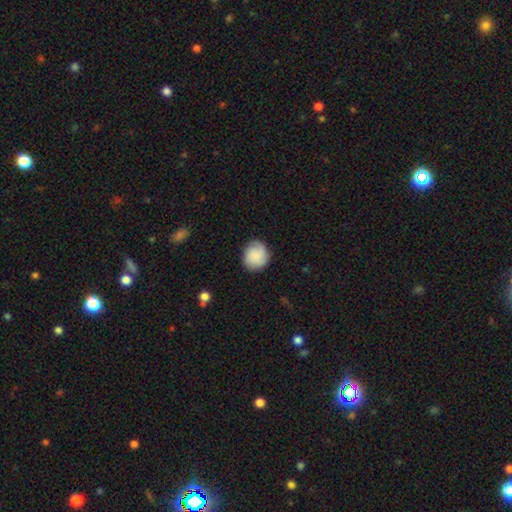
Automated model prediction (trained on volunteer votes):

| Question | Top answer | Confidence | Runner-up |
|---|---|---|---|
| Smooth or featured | smooth | 64% | featured or disk (28%) |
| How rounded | round | 77% | in between (22%) |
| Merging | none | 79% | minor disturbance (16%) |